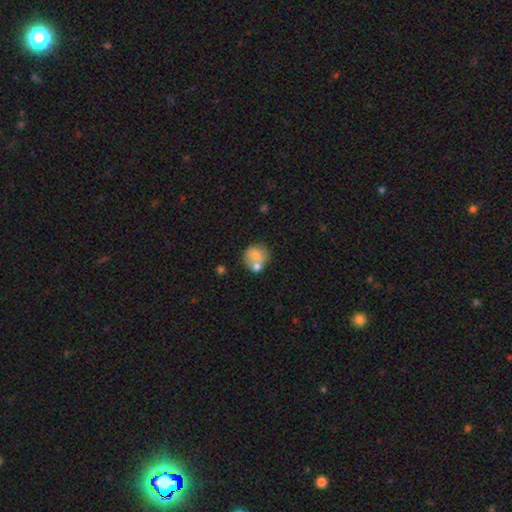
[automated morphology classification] The model was most divided on "merging": none: 46%, merger: 37%, minor disturbance: 12%, major disturbance: 4%. More confident: how rounded — round (83%); smooth or featured — smooth (72%).